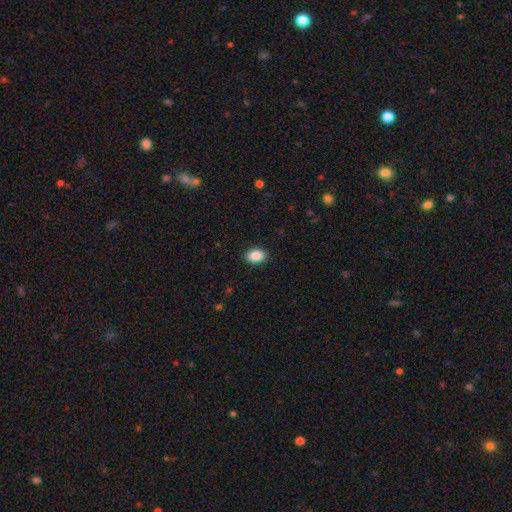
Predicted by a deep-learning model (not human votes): Smooth or featured? smooth (88%)
How rounded? in between (83%)
Merging? none (90%)